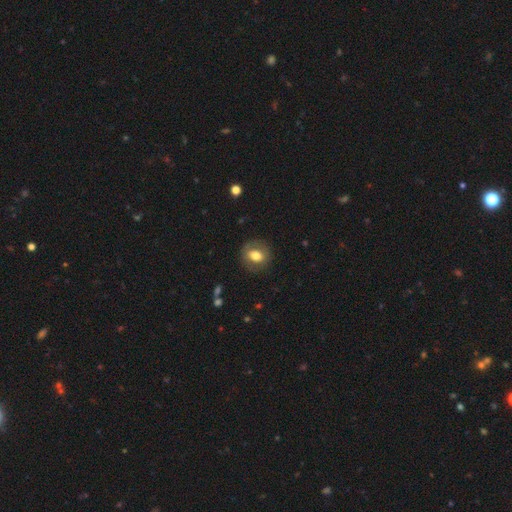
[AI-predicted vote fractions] This is likely a smooth galaxy (66%). How rounded: likely round (65%). Merging: clearly none (84%).